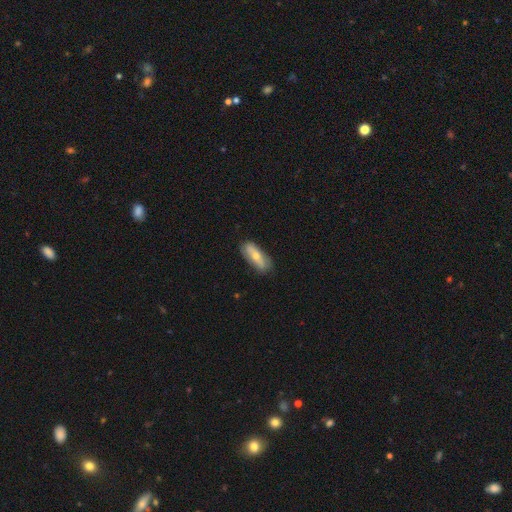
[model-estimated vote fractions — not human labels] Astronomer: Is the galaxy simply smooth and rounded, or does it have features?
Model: smooth — 54% (runner-up: featured or disk, 40%).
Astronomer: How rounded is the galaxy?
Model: in between — 70%.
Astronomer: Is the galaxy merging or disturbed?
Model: none — 80%.